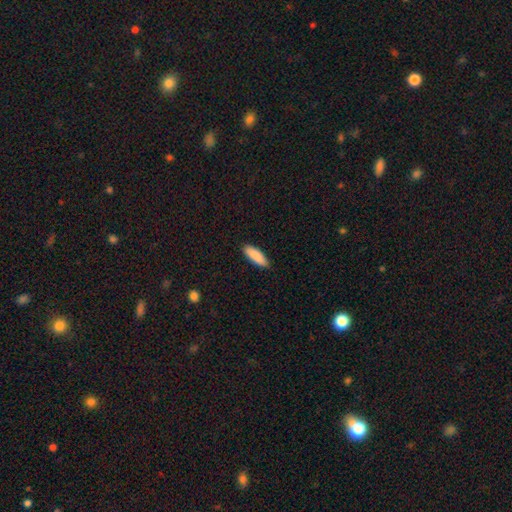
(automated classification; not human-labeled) smooth-or-featured: smooth: 89% | star or artifact: 6% | featured or disk: 6%
  how-rounded: in between: 59% | cigar-shaped: 39% | round: 2%
  merging: none: 88% | minor disturbance: 10% | major disturbance: 2% | merger: 1%